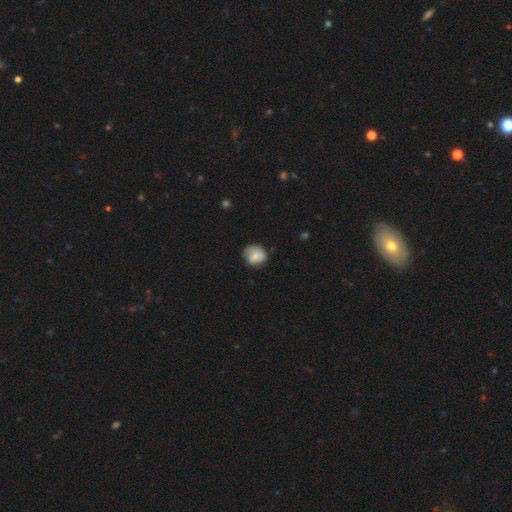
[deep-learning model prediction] This is likely a smooth galaxy (71%). How rounded: likely round (72%). Merging: likely none (64%).